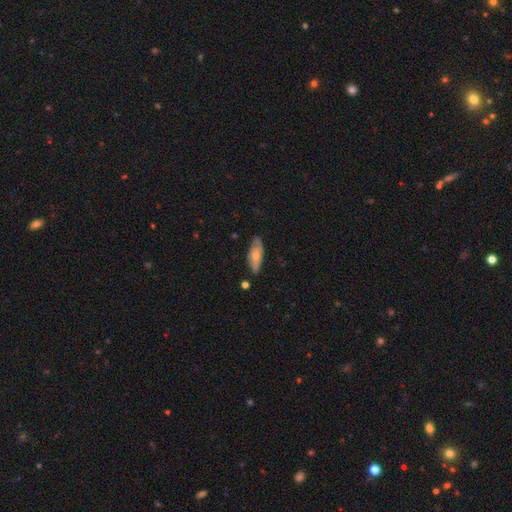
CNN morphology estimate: smooth 52%, featured or disk 42%, star or artifact 6%. Down the decision tree: how rounded — in between (71%); merging — none (73%).